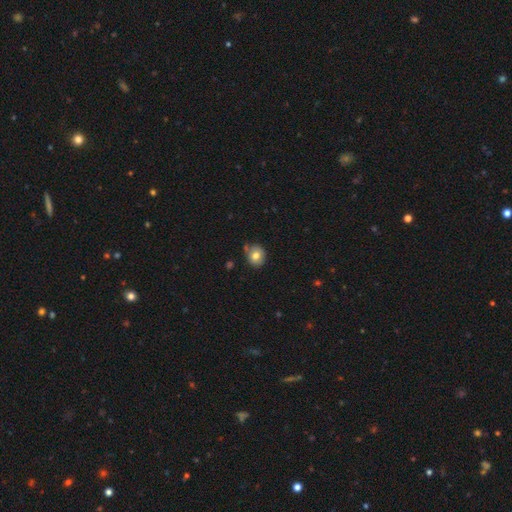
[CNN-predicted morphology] Overall: smooth (76%). How rounded: round (73%). Merging: none (72%).